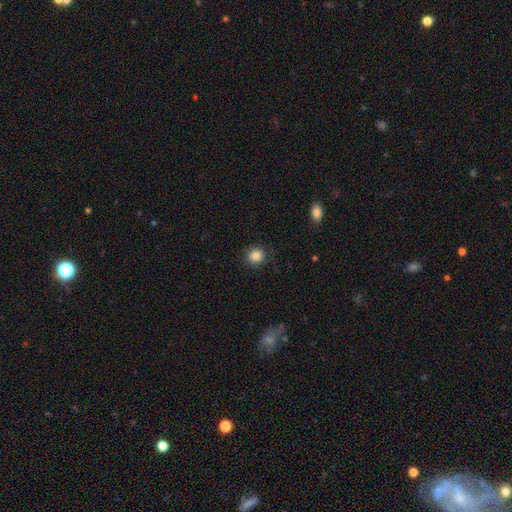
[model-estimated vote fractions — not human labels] Morphology: type=smooth (86%); roundness=round (92%); merging=none (86%).